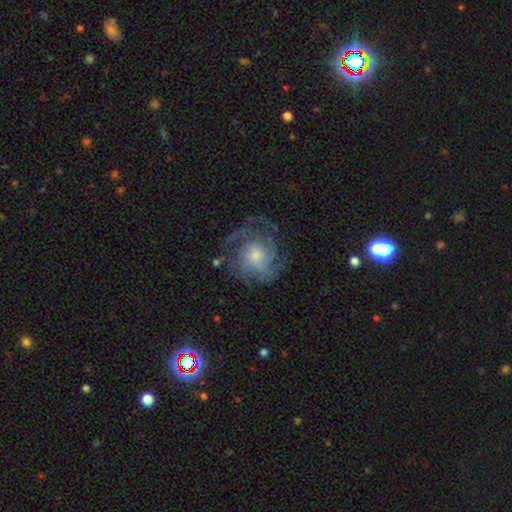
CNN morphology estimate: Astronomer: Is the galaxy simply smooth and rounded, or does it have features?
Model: featured or disk — 79%.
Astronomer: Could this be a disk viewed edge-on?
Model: no — 97%.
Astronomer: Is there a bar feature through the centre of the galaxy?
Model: no — 75%.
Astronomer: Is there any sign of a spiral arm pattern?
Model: yes — 93%.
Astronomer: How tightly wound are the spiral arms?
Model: tight — 48% (runner-up: medium, 39%).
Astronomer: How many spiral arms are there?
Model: can't tell — 30% (runner-up: 3, 25%).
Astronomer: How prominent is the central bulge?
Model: moderate — 46% (runner-up: small, 41%).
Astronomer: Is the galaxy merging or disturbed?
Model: none — 67%.